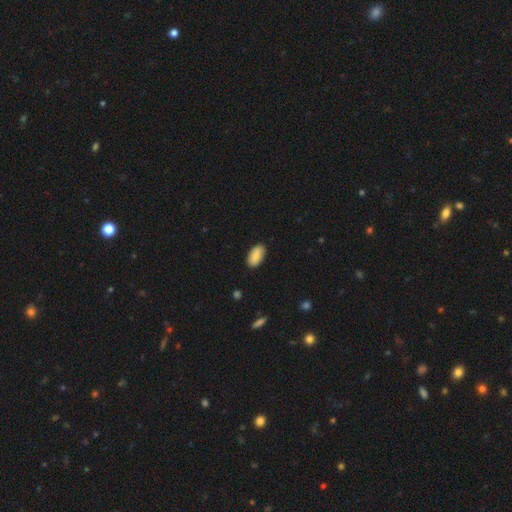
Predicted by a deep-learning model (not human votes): Smooth or featured: smooth — 86% (featured or disk — 8%)
How rounded: in between — 93% (cigar-shaped — 4%)
Merging: none — 86% (minor disturbance — 11%)